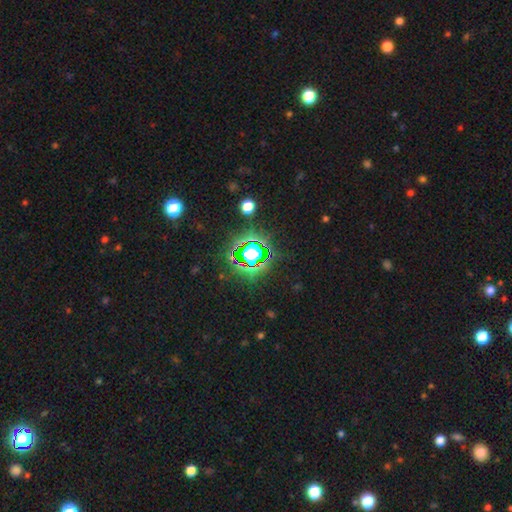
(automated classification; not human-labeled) This is clearly a star or artifact rather than a galaxy (82%).